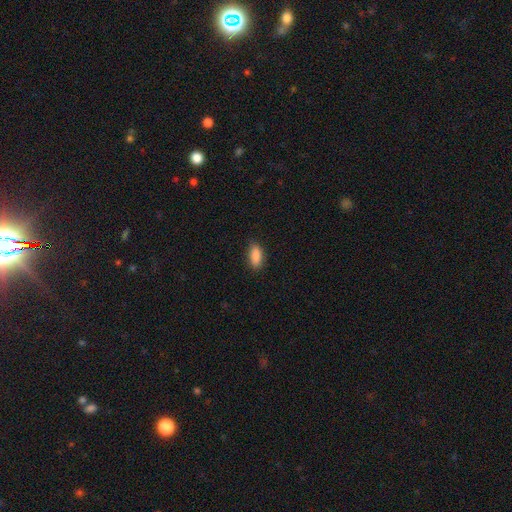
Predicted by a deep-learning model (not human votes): smooth-or-featured: smooth: 89% | star or artifact: 7% | featured or disk: 4%
  how-rounded: in between: 86% | cigar-shaped: 11% | round: 3%
  merging: none: 84% | minor disturbance: 13% | major disturbance: 3% | merger: 1%